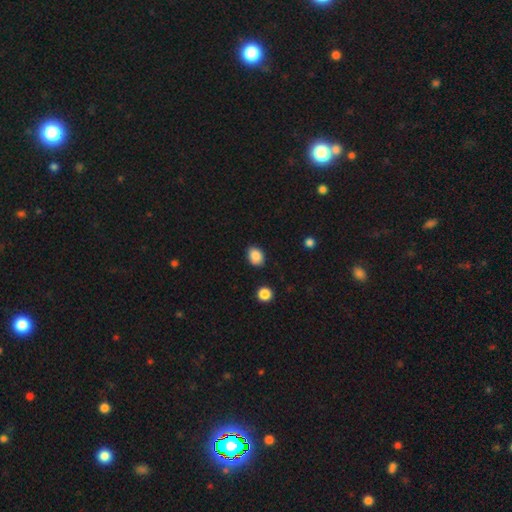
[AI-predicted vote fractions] smooth-or-featured: smooth: 87% | star or artifact: 9% | featured or disk: 4%
  how-rounded: in between: 67% | round: 32% | cigar-shaped: 1%
  merging: none: 84% | minor disturbance: 11% | major disturbance: 2% | merger: 2%